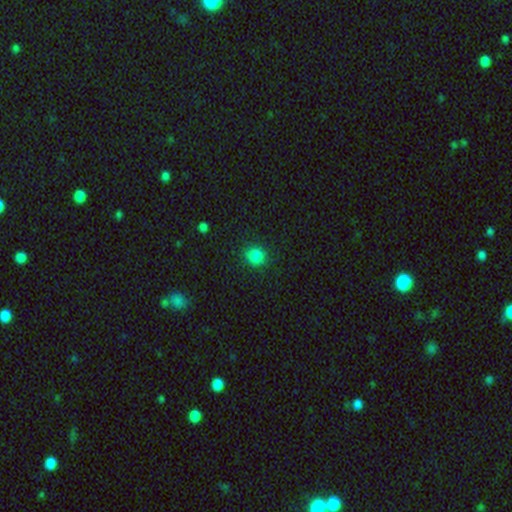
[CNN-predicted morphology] The model was most divided on "smooth or featured": smooth: 85%, star or artifact: 12%, featured or disk: 3%. More confident: merging — none (89%); how rounded — round (87%).